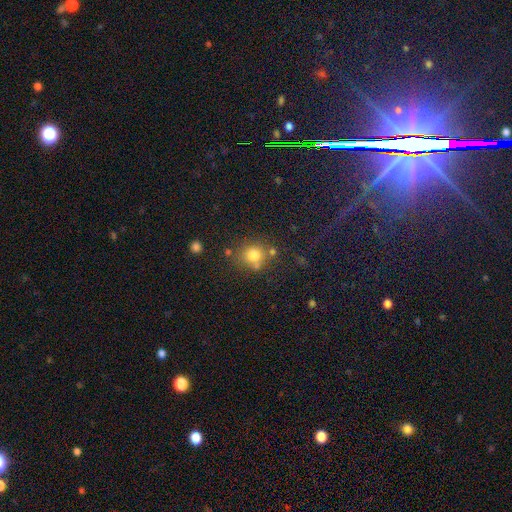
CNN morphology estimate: A smooth galaxy with no disk features (63%) that is round (87%). Merging: none (69%).